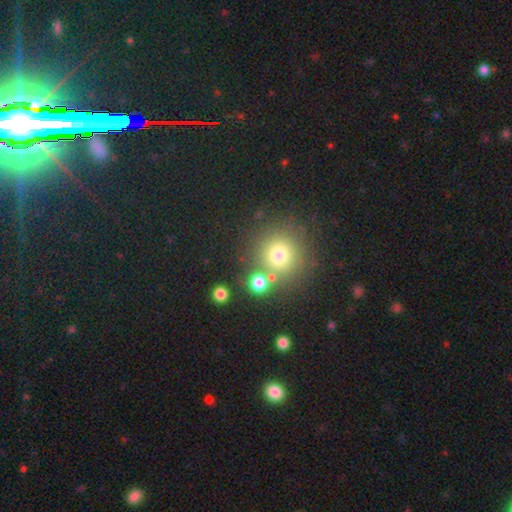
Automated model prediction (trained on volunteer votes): The model was most divided on "smooth or featured": smooth: 57%, star or artifact: 34%, featured or disk: 9%. More confident: how rounded — round (91%); merging — none (74%).